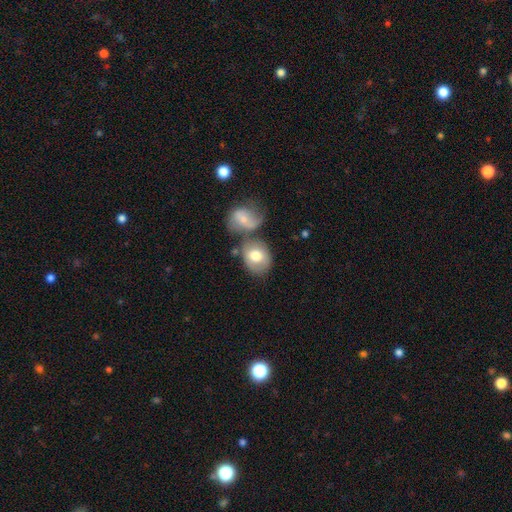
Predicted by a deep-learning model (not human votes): This is likely a smooth galaxy (67%). How rounded: possibly round (52%). Merging: marginally none (41%).